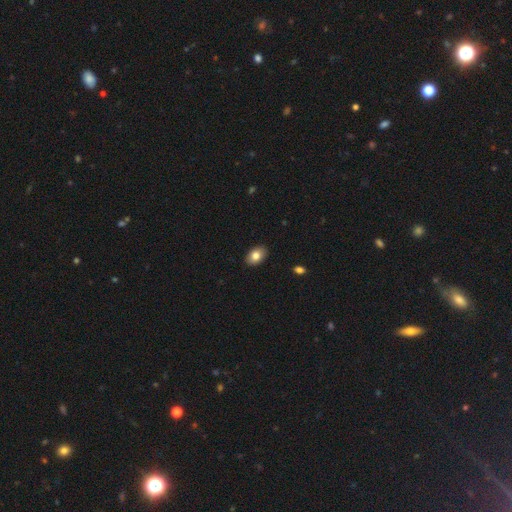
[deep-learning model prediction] This appears to be a smooth galaxy with no disk features (82%) that is in between round and cigar-shaped (86%). Merging: none (89%).